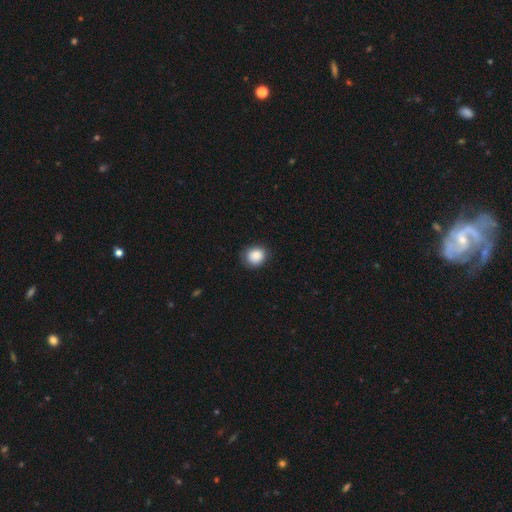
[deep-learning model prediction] Q: Smooth or featured?
A: smooth (88%); runner-up: star or artifact (8%)
Q: How rounded?
A: round (72%); runner-up: in between (27%)
Q: Merging?
A: none (80%); runner-up: minor disturbance (15%)